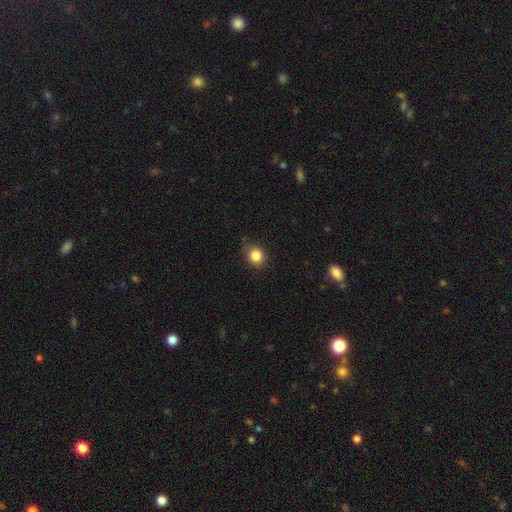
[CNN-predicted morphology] smooth-or-featured: smooth: 85% | star or artifact: 10% | featured or disk: 5%
  how-rounded: round: 72% | in between: 27% | cigar-shaped: 1%
  merging: none: 82% | minor disturbance: 14% | major disturbance: 3% | merger: 1%